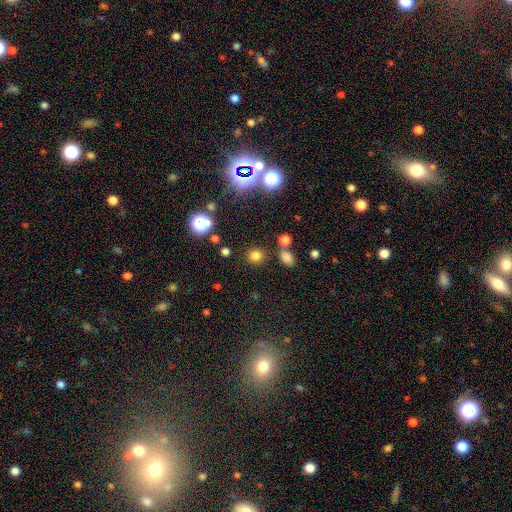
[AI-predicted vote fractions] A smooth galaxy with no disk features (76%) that is round (84%). Merging: none (83%).